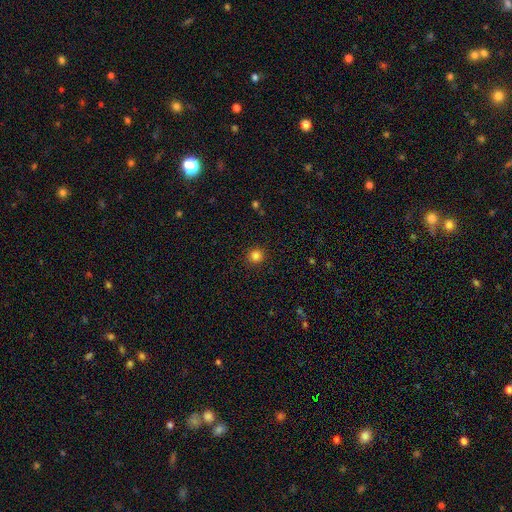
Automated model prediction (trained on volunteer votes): Q: Smooth or featured?
A: smooth (84%); runner-up: star or artifact (13%)
Q: How rounded?
A: round (93%); runner-up: in between (6%)
Q: Merging?
A: none (91%); runner-up: minor disturbance (6%)